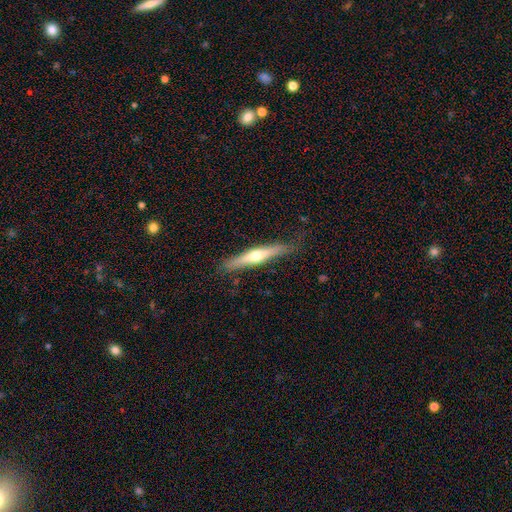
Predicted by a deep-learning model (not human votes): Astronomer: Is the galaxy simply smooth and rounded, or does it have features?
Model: featured or disk — 62%.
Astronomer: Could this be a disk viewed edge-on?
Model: yes — 95%.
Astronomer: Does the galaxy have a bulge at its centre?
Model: rounded — 89%.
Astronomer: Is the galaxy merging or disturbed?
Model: none — 83%.